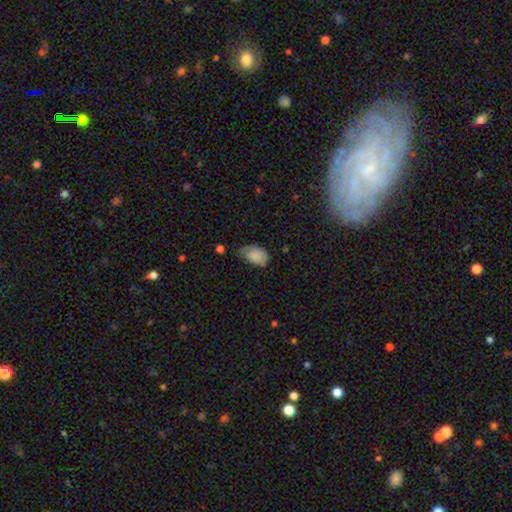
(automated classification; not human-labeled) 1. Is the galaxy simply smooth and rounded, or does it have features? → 86% smooth, 7% star or artifact, 7% featured or disk.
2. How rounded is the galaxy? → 90% in between, 9% round, 1% cigar-shaped.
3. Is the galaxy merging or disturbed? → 49% none, 40% minor disturbance, 9% major disturbance, 2% merger.